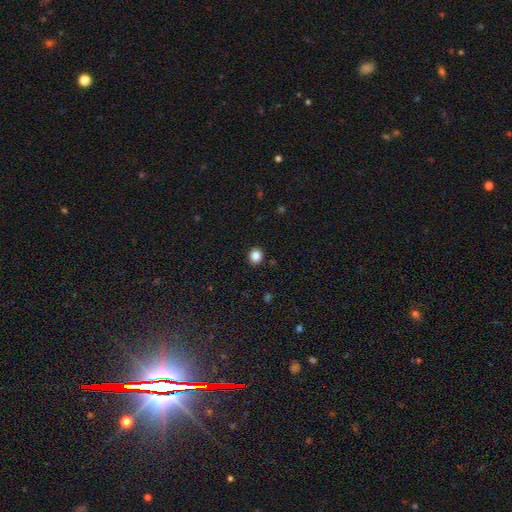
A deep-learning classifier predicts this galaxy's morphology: A smooth galaxy with no disk features (85%) that is round (85%). Merging: none (92%).